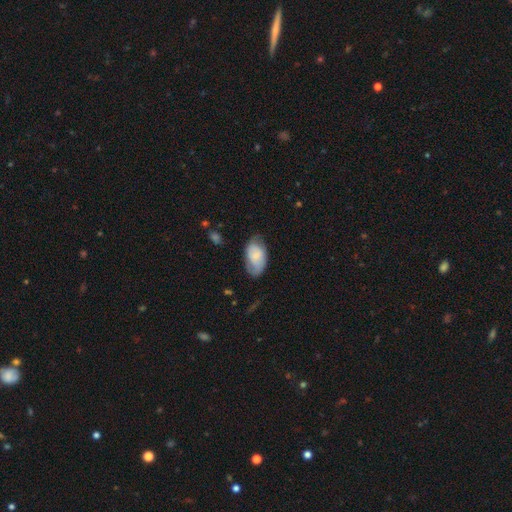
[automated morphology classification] Q: Smooth or featured?
A: smooth (73%); runner-up: featured or disk (20%)
Q: How rounded?
A: in between (93%); runner-up: round (5%)
Q: Merging?
A: none (56%); runner-up: minor disturbance (33%)